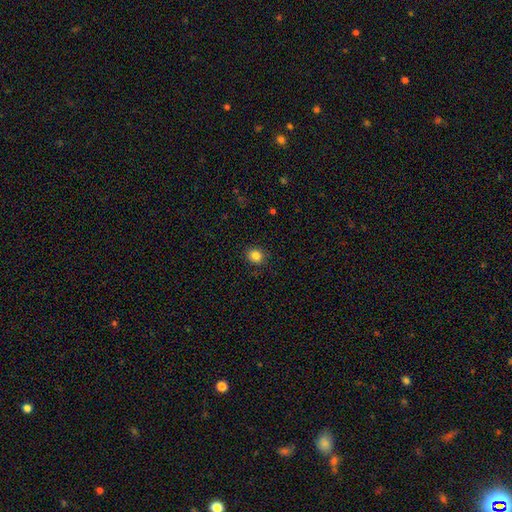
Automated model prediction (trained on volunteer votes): Morphology: type=smooth (84%); roundness=round (77%); merging=none (90%).